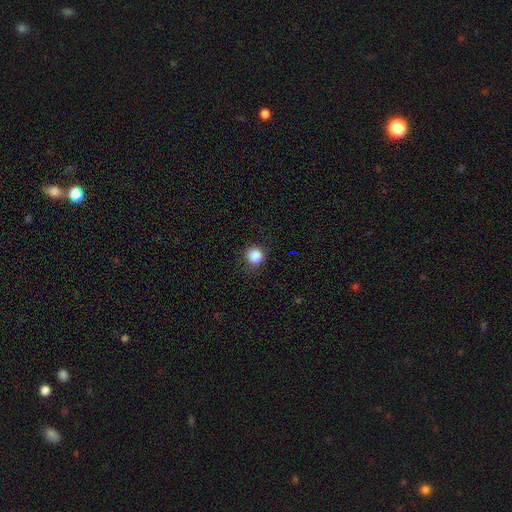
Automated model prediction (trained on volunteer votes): This is clearly a smooth galaxy (85%). How rounded: clearly round (93%). Merging: clearly none (85%).